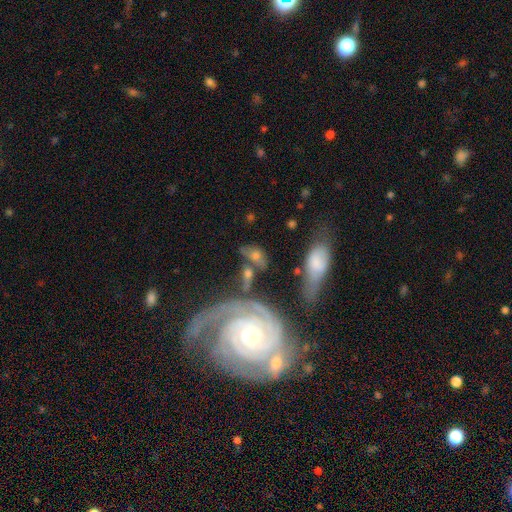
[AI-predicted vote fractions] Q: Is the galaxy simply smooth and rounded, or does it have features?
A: smooth — 48%.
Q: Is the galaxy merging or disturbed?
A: none — 39%.